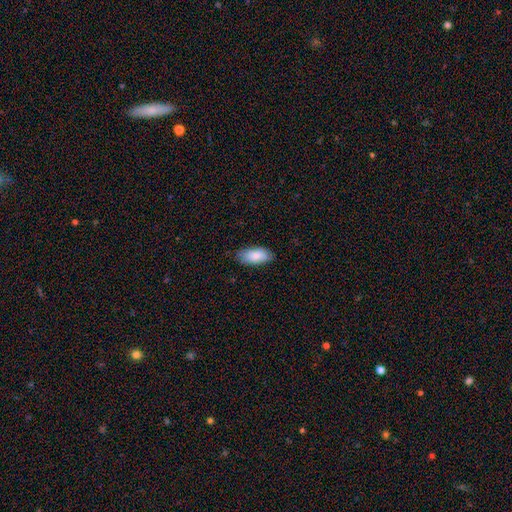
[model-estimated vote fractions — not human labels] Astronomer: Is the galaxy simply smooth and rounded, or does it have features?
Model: smooth — 86%.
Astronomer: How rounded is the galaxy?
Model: in between — 90%.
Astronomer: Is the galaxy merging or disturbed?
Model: none — 79%.